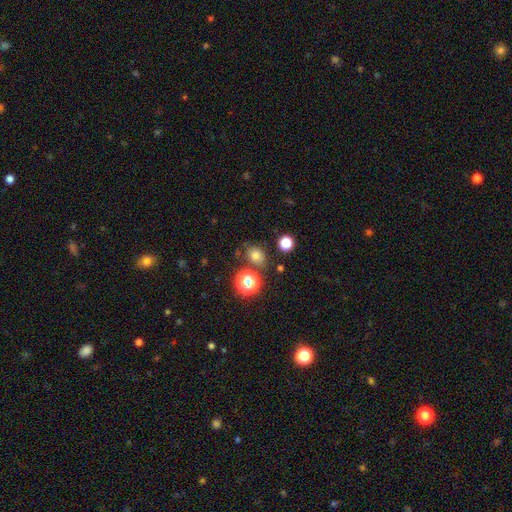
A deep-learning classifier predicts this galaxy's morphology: Smooth or featured: smooth — 72% (star or artifact — 20%)
How rounded: round — 65% (in between — 34%)
Merging: none — 75% (minor disturbance — 12%)